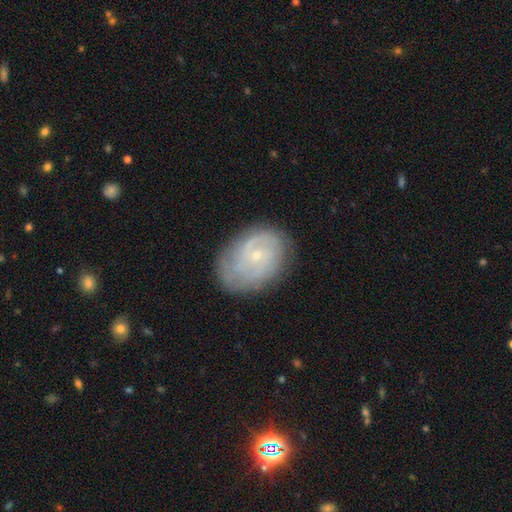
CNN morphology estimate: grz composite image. It shows a featured or disk galaxy (75%) with no bar (70%), tight (60%) spiral arms (90%) and a small central bulge (82%). Merging: none (77%).